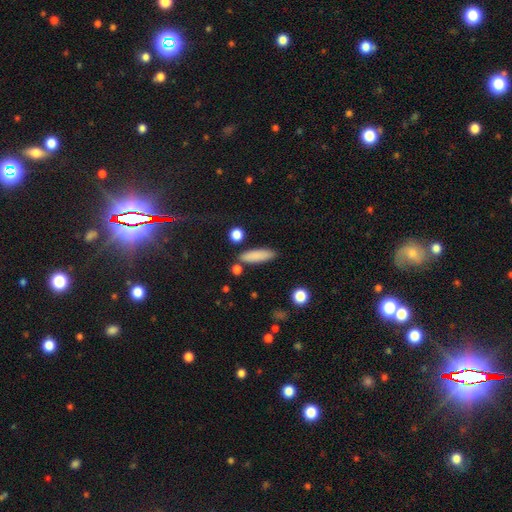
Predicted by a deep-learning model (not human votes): smooth 85%, featured or disk 8%, star or artifact 7%. Down the decision tree: how rounded — cigar-shaped (59%); merging — none (81%).